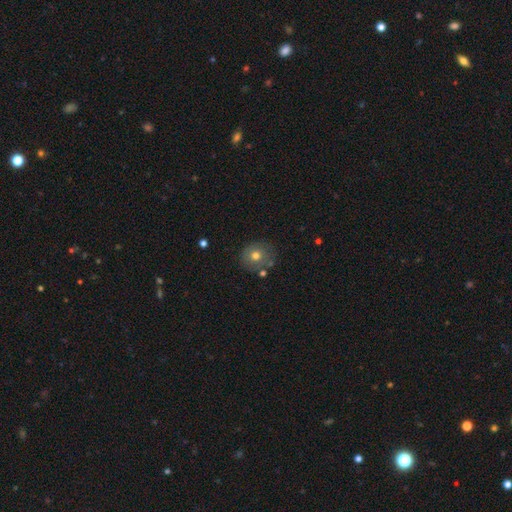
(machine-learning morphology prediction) Smooth or featured?
  - smooth: 70% *
  - featured or disk: 18%
  - star or artifact: 11%
How rounded?
  - round: 86% *
  - in between: 13%
  - cigar-shaped: 1%
Merging?
  - none: 74% *
  - minor disturbance: 14%
  - merger: 8%
  - major disturbance: 4%